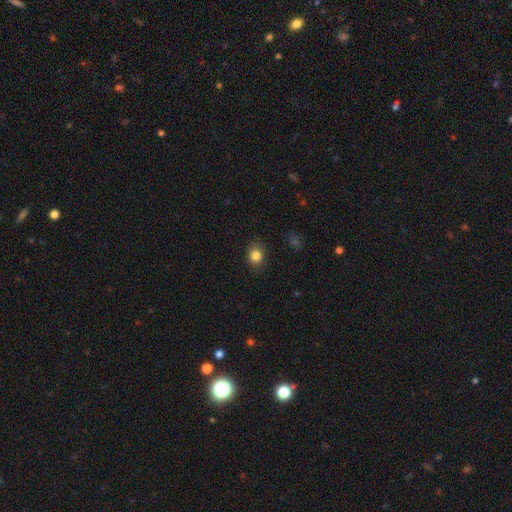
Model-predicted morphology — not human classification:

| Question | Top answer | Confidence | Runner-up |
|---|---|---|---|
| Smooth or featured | smooth | 83% | star or artifact (11%) |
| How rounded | round | 62% | in between (37%) |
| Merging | none | 83% | minor disturbance (13%) |